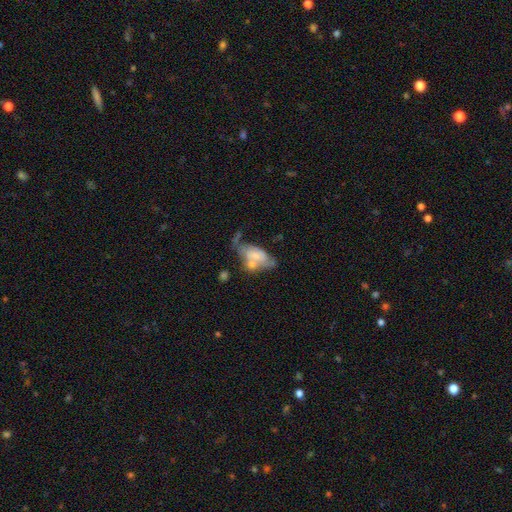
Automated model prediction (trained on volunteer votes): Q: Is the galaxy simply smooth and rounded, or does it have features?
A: smooth — 49%.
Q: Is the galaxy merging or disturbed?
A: merger — 34%.